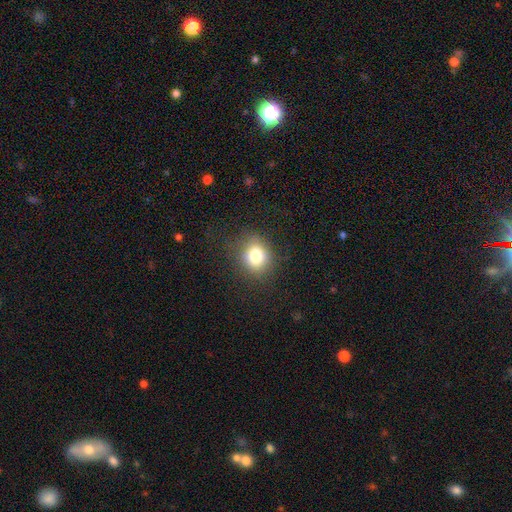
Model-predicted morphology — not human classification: Smooth or featured? smooth (80%)
How rounded? round (67%)
Merging? none (82%)